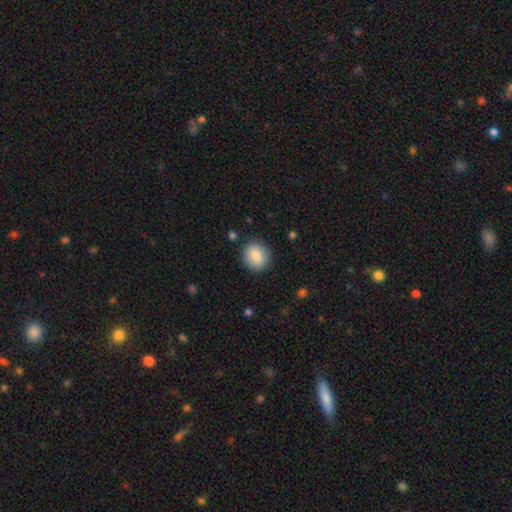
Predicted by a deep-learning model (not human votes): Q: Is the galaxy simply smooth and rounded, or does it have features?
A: smooth — 83%.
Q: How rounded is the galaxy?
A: round — 70%.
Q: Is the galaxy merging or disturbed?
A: none — 88%.